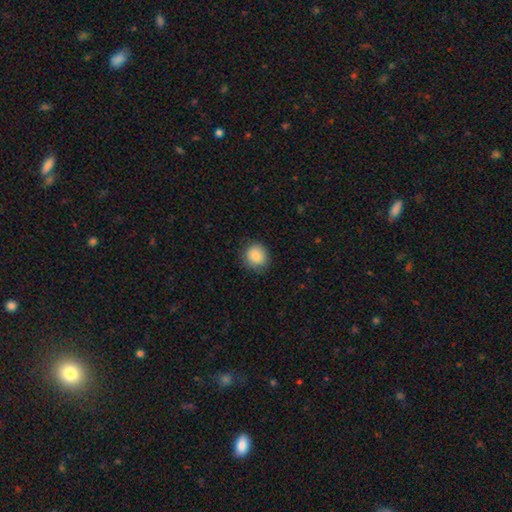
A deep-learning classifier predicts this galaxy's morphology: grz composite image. It shows a smooth galaxy with no disk features (86%) that is round (87%). Merging: none (85%).